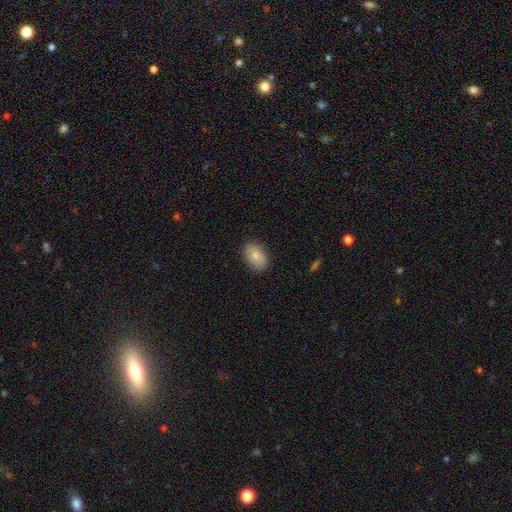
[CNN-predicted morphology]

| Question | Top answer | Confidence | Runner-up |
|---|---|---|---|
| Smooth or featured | smooth | 83% | featured or disk (10%) |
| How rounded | in between | 88% | round (10%) |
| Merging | none | 87% | minor disturbance (10%) |